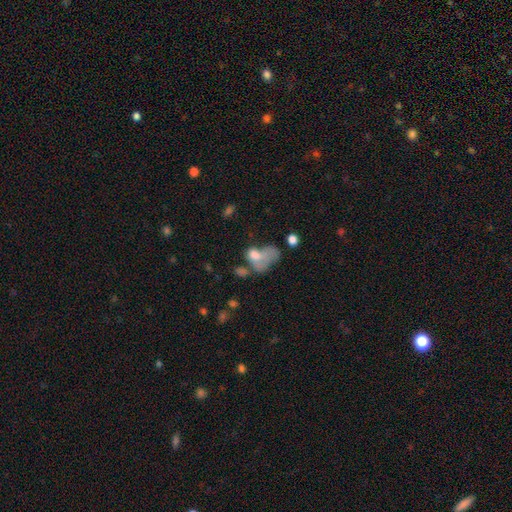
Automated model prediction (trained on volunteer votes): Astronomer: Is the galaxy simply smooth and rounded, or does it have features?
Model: smooth — 61%.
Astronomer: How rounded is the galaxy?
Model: in between — 79%.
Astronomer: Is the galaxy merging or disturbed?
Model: major disturbance — 43% (runner-up: merger, 28%).